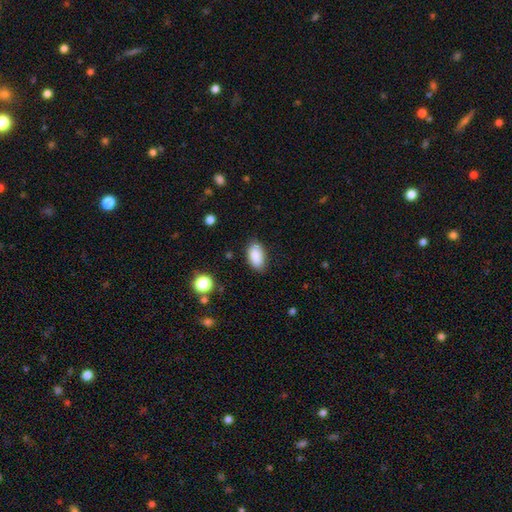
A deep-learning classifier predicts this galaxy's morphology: This appears to be a smooth galaxy with no disk features (88%) that is in between round and cigar-shaped (94%). Merging: none (83%).